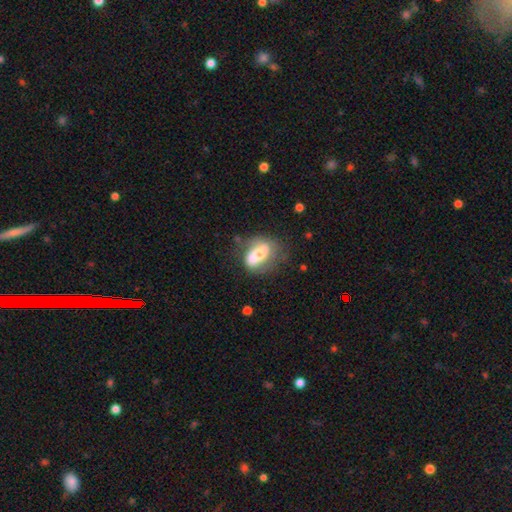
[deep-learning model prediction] Smooth or featured?
  - featured or disk: 55% *
  - smooth: 38%
  - star or artifact: 8%
Edge-on disk?
  - no: 93% *
  - yes: 7%
Bar?
  - no: 54% *
  - weak: 26%
  - strong: 20%
Spiral arms?
  - yes: 58% *
  - no: 42%
Bulge size?
  - moderate: 56% *
  - small: 31%
  - large: 9%
  - none: 3%
  - dominant: 2%
Merging?
  - none: 46% *
  - minor disturbance: 25%
  - major disturbance: 15%
  - merger: 14%